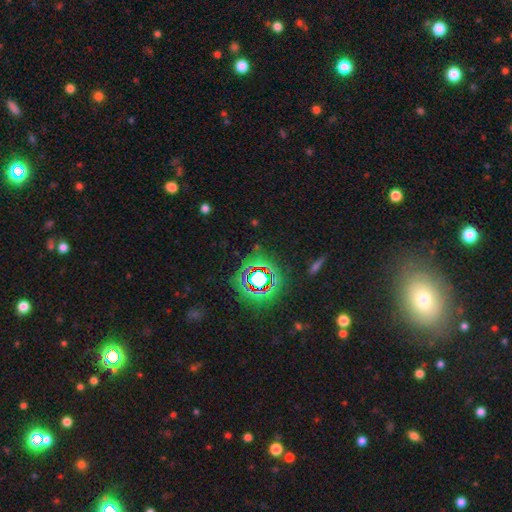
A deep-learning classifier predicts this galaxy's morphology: smooth-or-featured: star or artifact: 77% | smooth: 14% | featured or disk: 10%